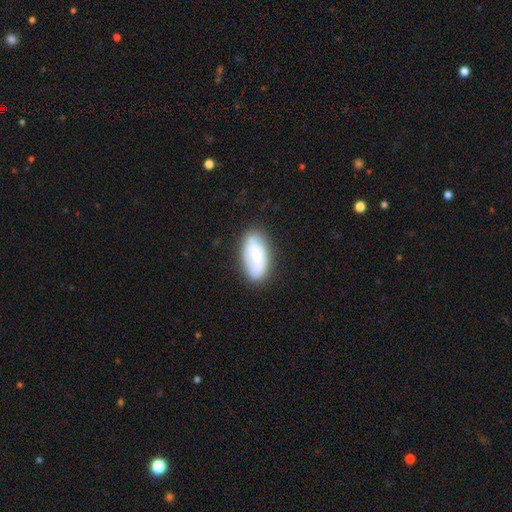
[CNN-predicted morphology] Smooth or featured? Predicted: smooth (p=0.53). How rounded? Predicted: in between (p=0.91). Merging? Predicted: none (p=0.78).